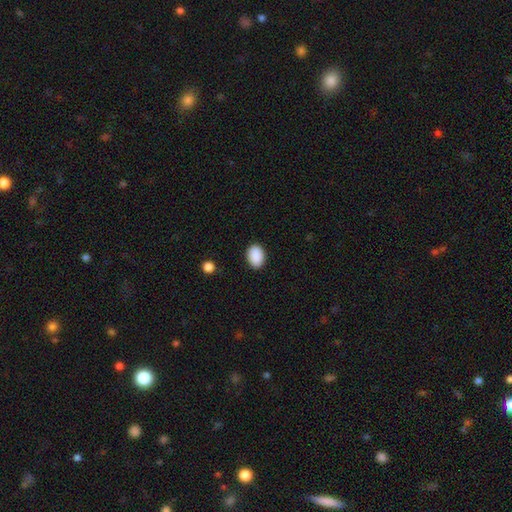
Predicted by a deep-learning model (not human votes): smooth 90%, star or artifact 7%, featured or disk 2%. Down the decision tree: how rounded — in between (81%); merging — none (89%).